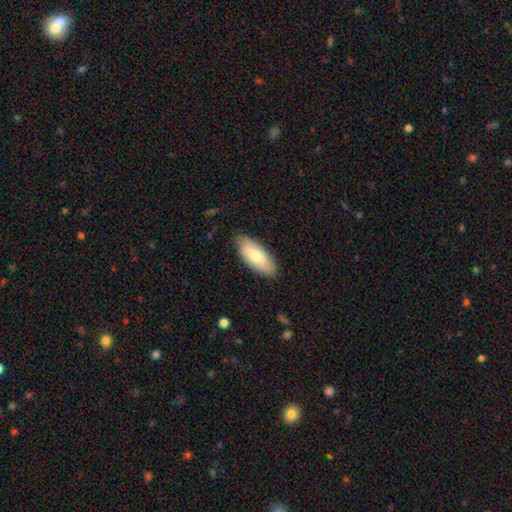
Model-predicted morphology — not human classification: Overall: smooth (74%). How rounded: in between (81%). Merging: none (85%).